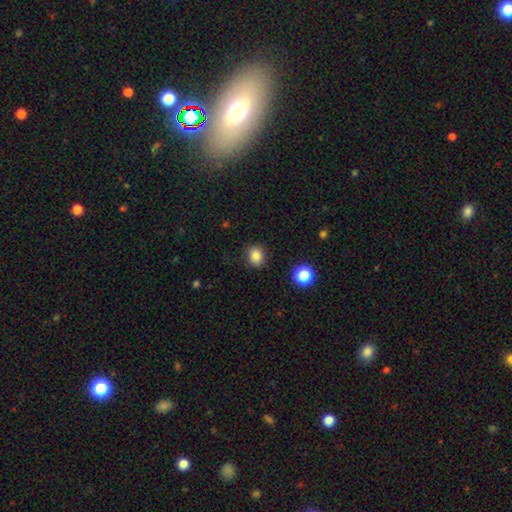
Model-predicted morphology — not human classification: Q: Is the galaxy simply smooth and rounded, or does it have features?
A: smooth — 84%.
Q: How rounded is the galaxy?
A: round — 63%.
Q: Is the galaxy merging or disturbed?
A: none — 85%.